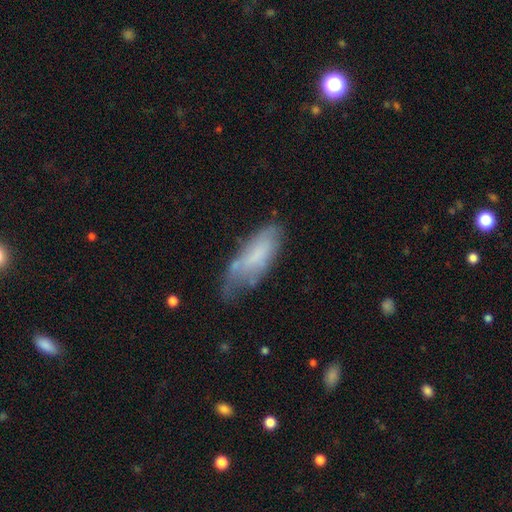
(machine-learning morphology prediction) This is likely a smooth galaxy (62%). How rounded: likely in between (73%). Merging: marginally none (39%).